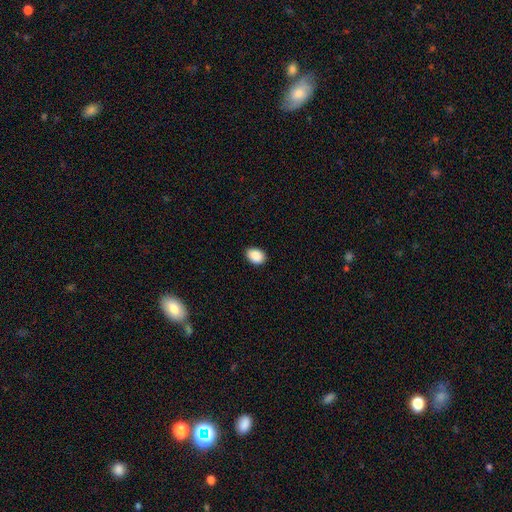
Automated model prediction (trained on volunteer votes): Morphology: type=smooth (90%); roundness=in between (77%); merging=none (88%).